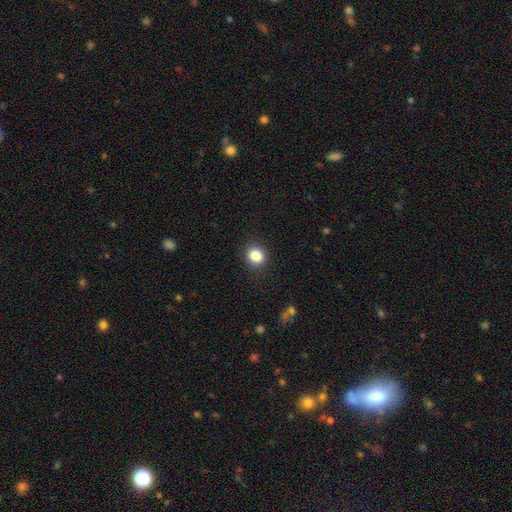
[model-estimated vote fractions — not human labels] Smooth or featured?
  - smooth: 85% *
  - star or artifact: 10%
  - featured or disk: 5%
How rounded?
  - round: 81% *
  - in between: 18%
  - cigar-shaped: 1%
Merging?
  - none: 89% *
  - minor disturbance: 8%
  - major disturbance: 3%
  - merger: 1%